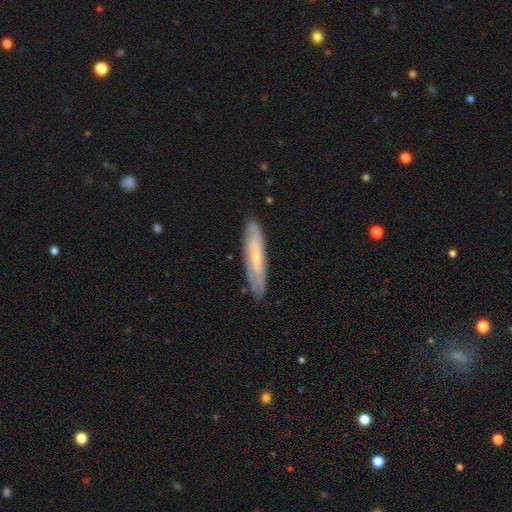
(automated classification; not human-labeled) smooth-or-featured: featured or disk: 55% | smooth: 39% | star or artifact: 6%
  disk-edge-on: no: 52% | yes: 48%
  merging: none: 82% | minor disturbance: 14% | major disturbance: 3% | merger: 1%